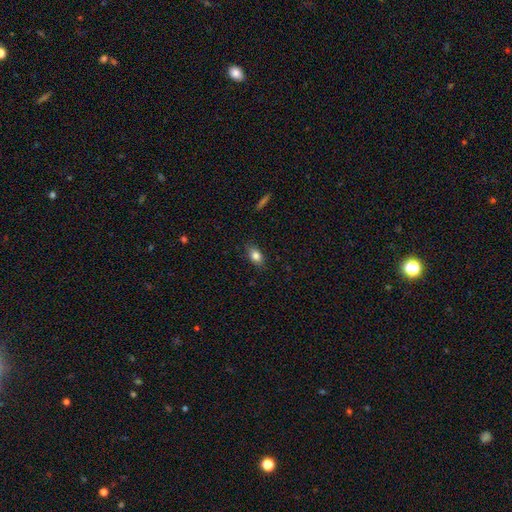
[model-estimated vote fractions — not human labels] Smooth or featured? smooth (83%)
How rounded? in between (83%)
Merging? none (84%)